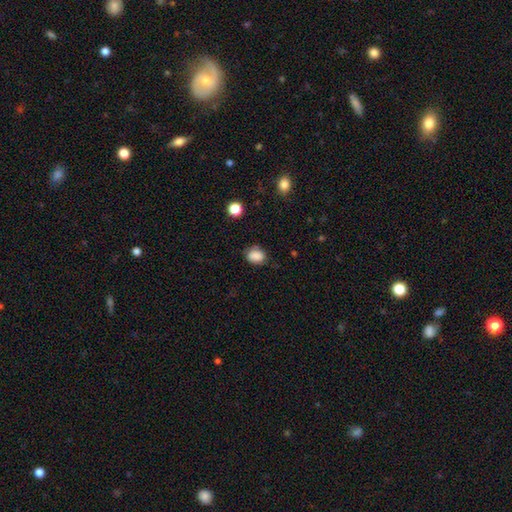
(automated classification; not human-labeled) Smooth or featured?
  - smooth: 85% *
  - star or artifact: 10%
  - featured or disk: 5%
How rounded?
  - in between: 57% *
  - round: 42%
  - cigar-shaped: 1%
Merging?
  - none: 71% *
  - minor disturbance: 21%
  - major disturbance: 5%
  - merger: 3%